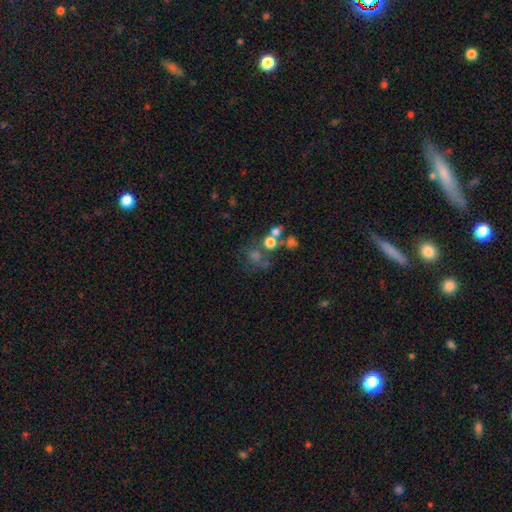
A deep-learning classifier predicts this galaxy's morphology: smooth_or_featured: smooth (p=0.38) [alt: star or artifact p=0.36]
merging: none (p=0.49) [alt: merger p=0.26]